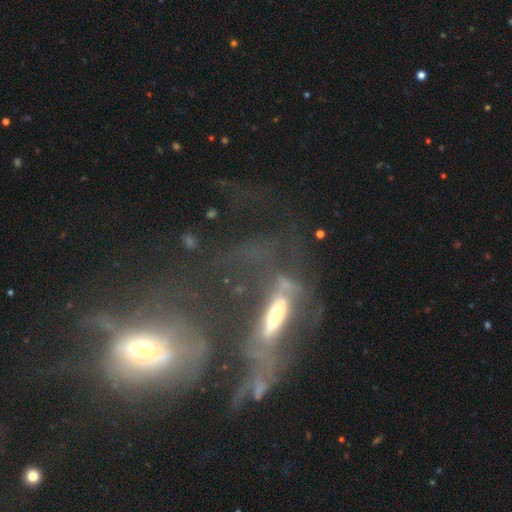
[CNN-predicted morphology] Smooth or featured? Predicted: featured or disk (p=0.63). Edge-on disk? Predicted: no (p=0.76). Merging? Predicted: merger (p=0.48).